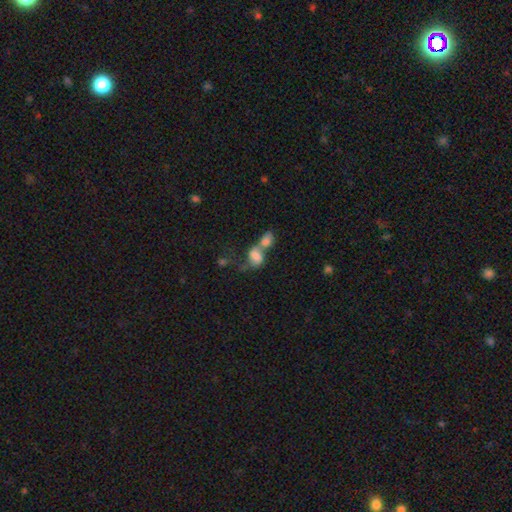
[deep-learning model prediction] Smooth or featured: smooth — 72% (featured or disk — 18%)
How rounded: in between — 78% (round — 19%)
Merging: merger — 72% (none — 13%)